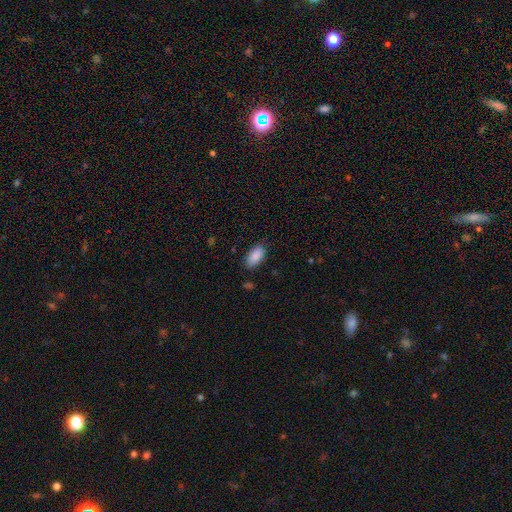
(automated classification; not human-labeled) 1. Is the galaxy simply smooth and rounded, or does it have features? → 88% smooth, 7% star or artifact, 5% featured or disk.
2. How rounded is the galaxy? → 93% in between, 4% cigar-shaped, 3% round.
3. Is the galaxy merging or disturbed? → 83% none, 13% minor disturbance, 3% major disturbance, 1% merger.